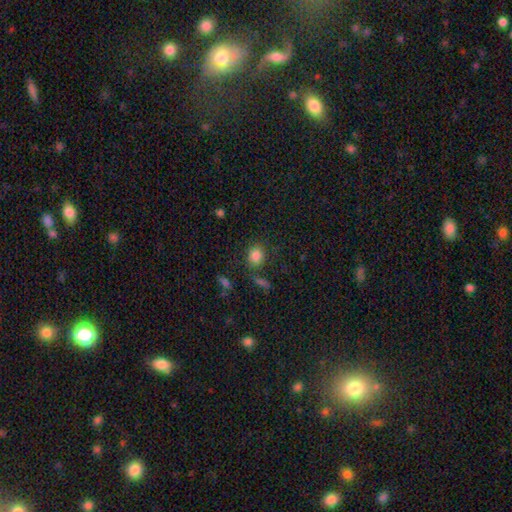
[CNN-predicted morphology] smooth_or_featured: smooth (p=0.83) [alt: star or artifact p=0.11]
how_rounded: round (p=0.53) [alt: in between p=0.45]
merging: none (p=0.73) [alt: minor disturbance p=0.14]